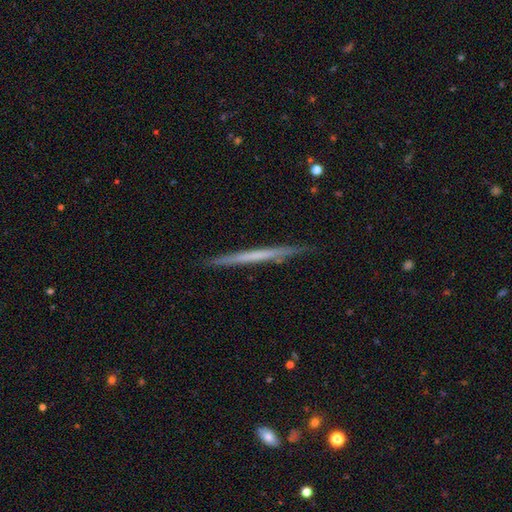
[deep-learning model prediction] smooth-or-featured: featured or disk: 52% | smooth: 42% | star or artifact: 6%
  disk-edge-on: yes: 97% | no: 3%
    edge-on-bulge: none: 92% | rounded: 5% | boxy: 3%
  merging: none: 89% | minor disturbance: 9% | major disturbance: 1% | merger: 1%